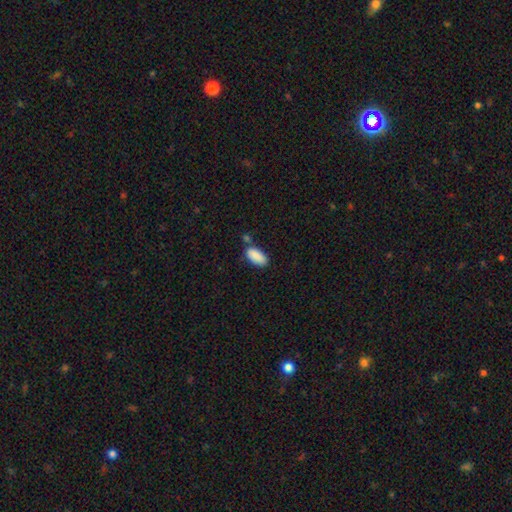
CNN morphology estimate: smooth_or_featured: smooth (p=0.89) [alt: star or artifact p=0.06]
how_rounded: in between (p=0.88) [alt: cigar-shaped p=0.10]
merging: none (p=0.67) [alt: minor disturbance p=0.17]